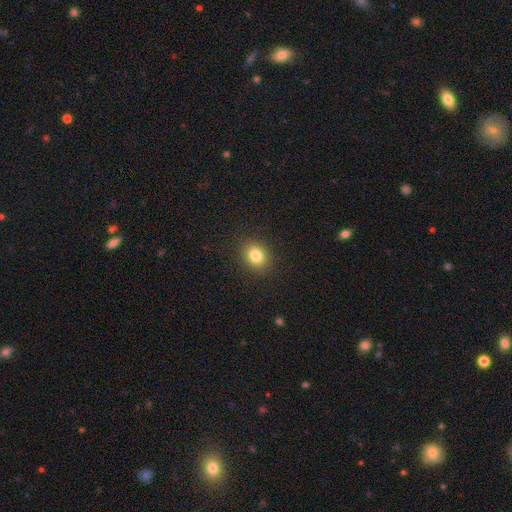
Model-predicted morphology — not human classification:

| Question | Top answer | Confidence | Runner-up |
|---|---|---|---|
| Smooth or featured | smooth | 82% | star or artifact (12%) |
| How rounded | round | 64% | in between (35%) |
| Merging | none | 89% | minor disturbance (7%) |